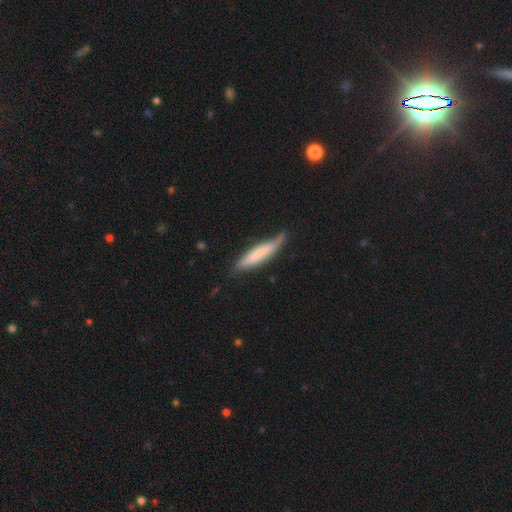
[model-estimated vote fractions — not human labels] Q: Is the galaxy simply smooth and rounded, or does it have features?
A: smooth — 63%.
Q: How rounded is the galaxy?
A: cigar-shaped — 85%.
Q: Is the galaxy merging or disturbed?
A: none — 61%.